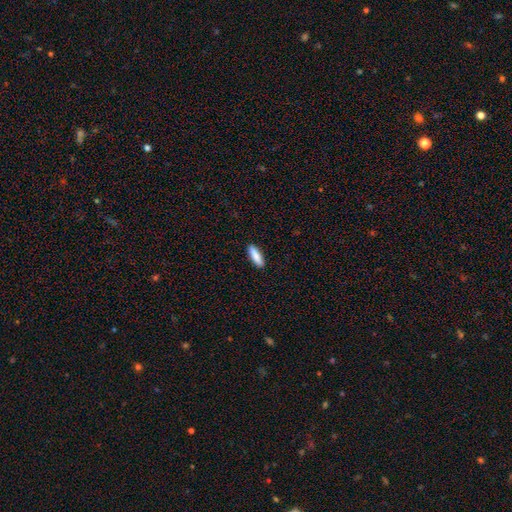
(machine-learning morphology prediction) smooth 87%, featured or disk 7%, star or artifact 6%. Down the decision tree: how rounded — cigar-shaped (58%); merging — none (91%).